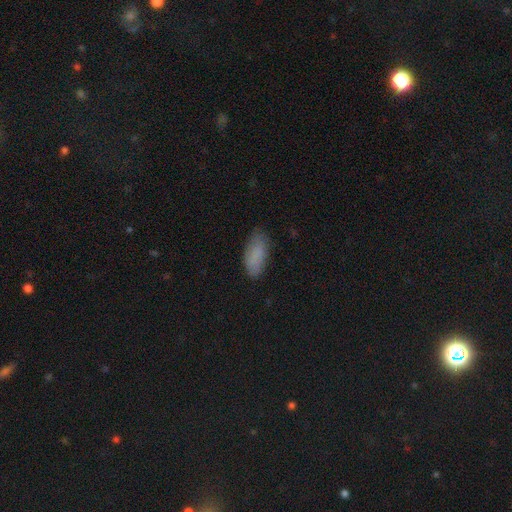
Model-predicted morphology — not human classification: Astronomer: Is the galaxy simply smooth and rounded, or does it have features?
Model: smooth — 85%.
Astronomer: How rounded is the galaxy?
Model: in between — 87%.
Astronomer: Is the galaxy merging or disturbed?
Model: none — 75%.